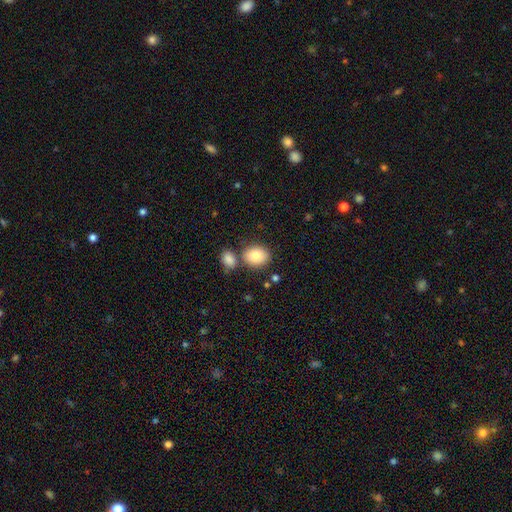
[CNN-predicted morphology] A smooth galaxy with no disk features (84%) that is in between round and cigar-shaped (51%).

Vote fractions:
- Smooth or featured? smooth: 84% / featured or disk: 8% / star or artifact: 8%
- How rounded? in between: 51% / round: 48% / cigar-shaped: 1%
- Merging? none: 67% / merger: 18% / minor disturbance: 11% / major disturbance: 3%